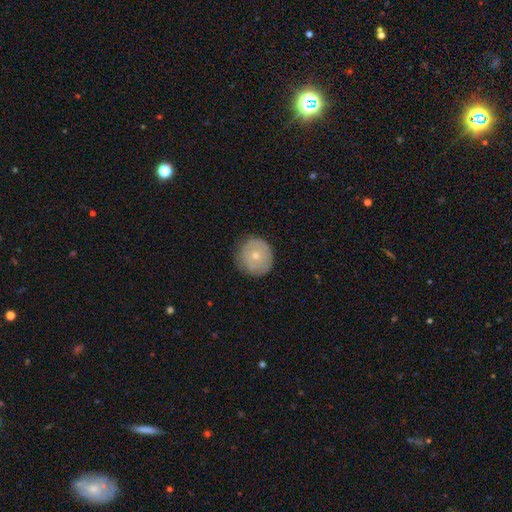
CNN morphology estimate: This appears to be a smooth galaxy with no disk features (61%) that is round (92%). Merging: none (84%).